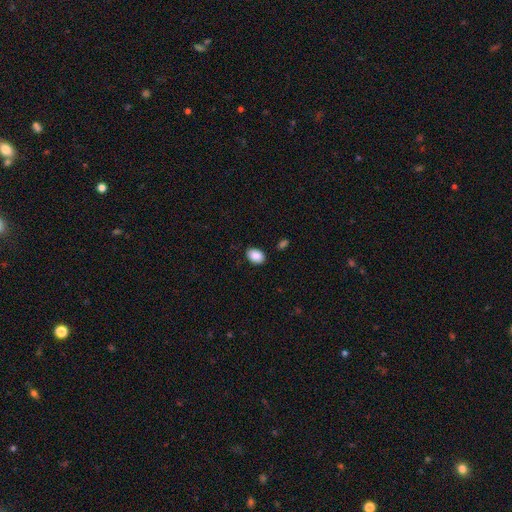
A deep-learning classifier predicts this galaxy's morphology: Smooth or featured? Predicted: smooth (p=0.89). How rounded? Predicted: in between (p=0.80). Merging? Predicted: none (p=0.85).